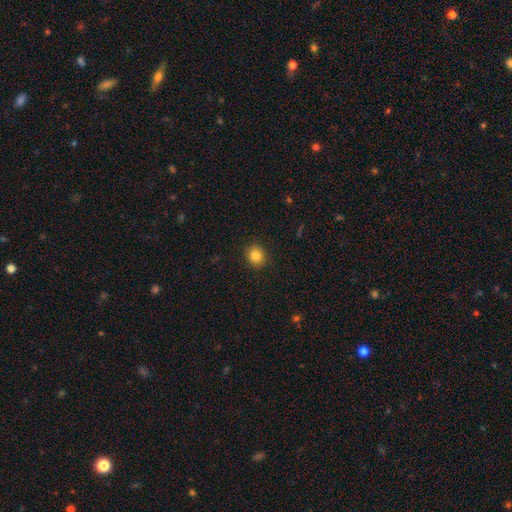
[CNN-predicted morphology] type=smooth (84%); roundness=round (79%); merging=none (91%).